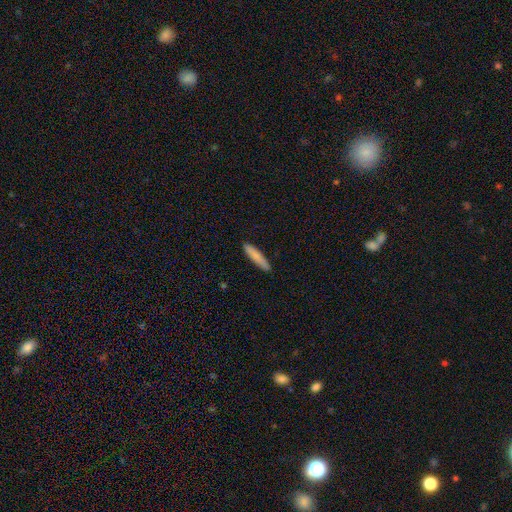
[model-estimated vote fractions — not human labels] Morphology: type=smooth (83%); roundness=cigar-shaped (89%); merging=none (90%).